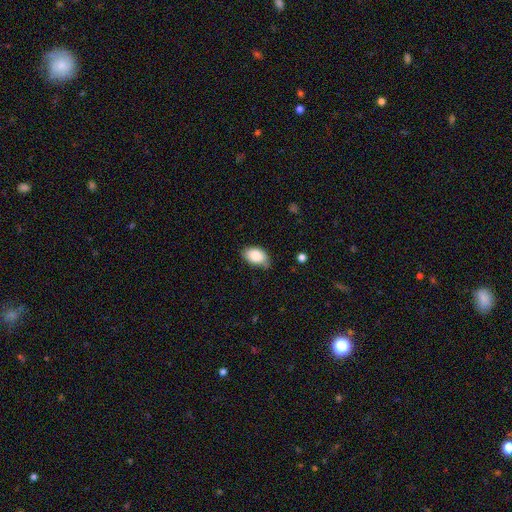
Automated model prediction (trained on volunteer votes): smooth-or-featured: smooth: 85% | featured or disk: 8% | star or artifact: 7%
  how-rounded: in between: 91% | round: 8% | cigar-shaped: 1%
  merging: none: 66% | minor disturbance: 28% | major disturbance: 4% | merger: 2%